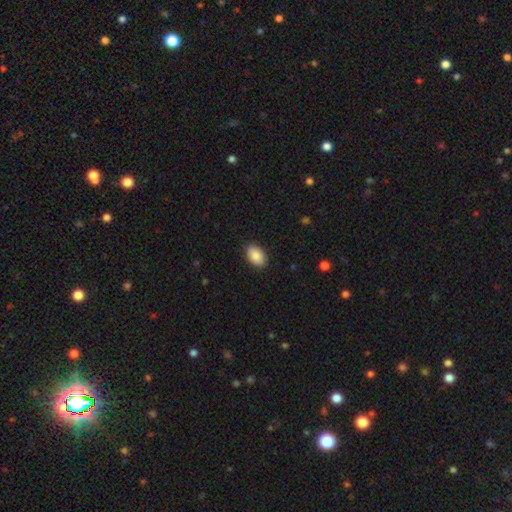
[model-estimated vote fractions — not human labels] This is clearly a smooth galaxy (88%). How rounded: clearly in between (87%). Merging: clearly none (88%).